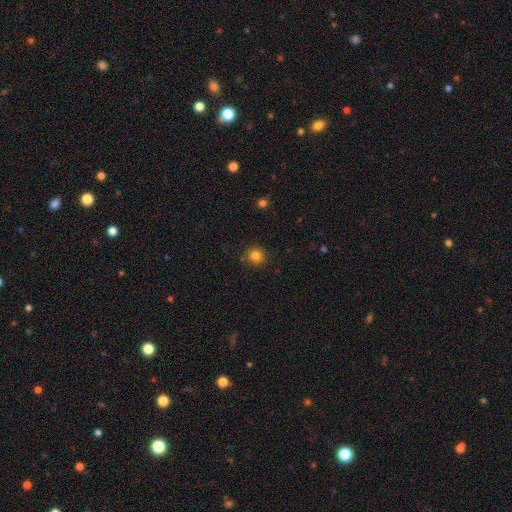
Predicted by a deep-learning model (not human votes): Smooth or featured? smooth (82%)
How rounded? round (92%)
Merging? none (86%)